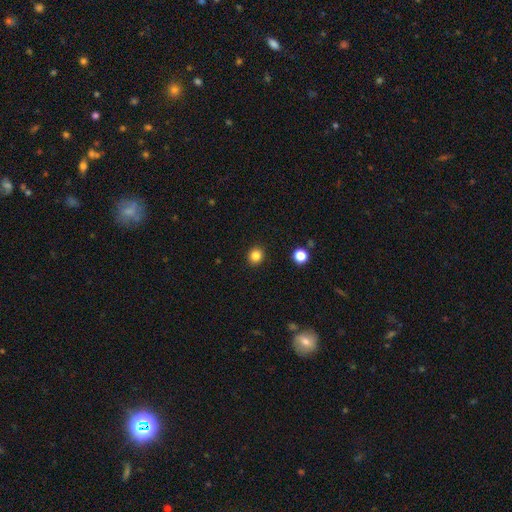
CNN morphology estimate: Smooth or featured?
  - smooth: 84% *
  - star or artifact: 12%
  - featured or disk: 4%
How rounded?
  - round: 87% *
  - in between: 12%
  - cigar-shaped: 1%
Merging?
  - none: 92% *
  - minor disturbance: 5%
  - major disturbance: 2%
  - merger: 1%